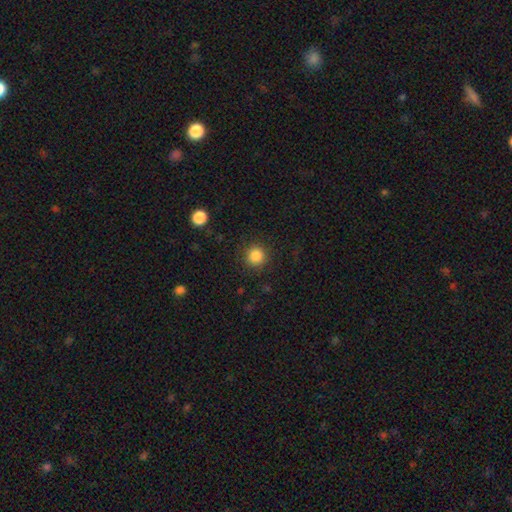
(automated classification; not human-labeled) A smooth galaxy with no disk features (85%) that is round (94%). Merging: none (89%).